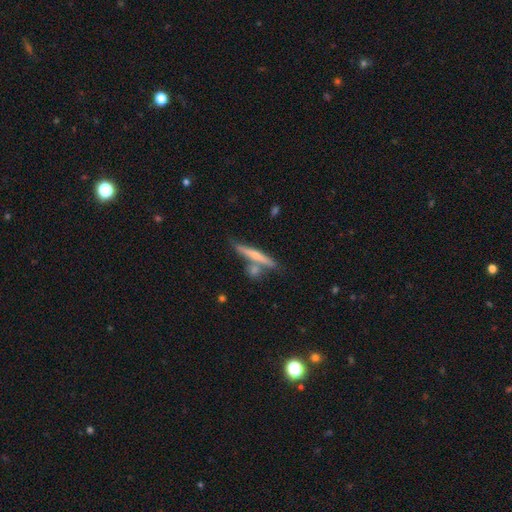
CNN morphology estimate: A featured or disk galaxy (48%). Merging: none (68%).